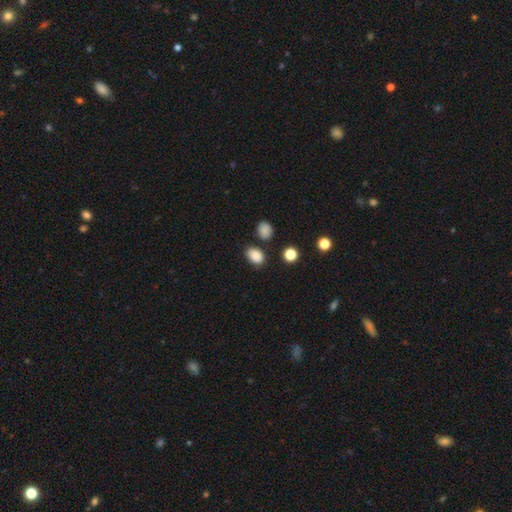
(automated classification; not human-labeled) Smooth or featured?
  - smooth: 86% *
  - star or artifact: 10%
  - featured or disk: 4%
How rounded?
  - in between: 79% *
  - round: 20%
  - cigar-shaped: 1%
Merging?
  - none: 78% *
  - minor disturbance: 13%
  - merger: 5%
  - major disturbance: 4%